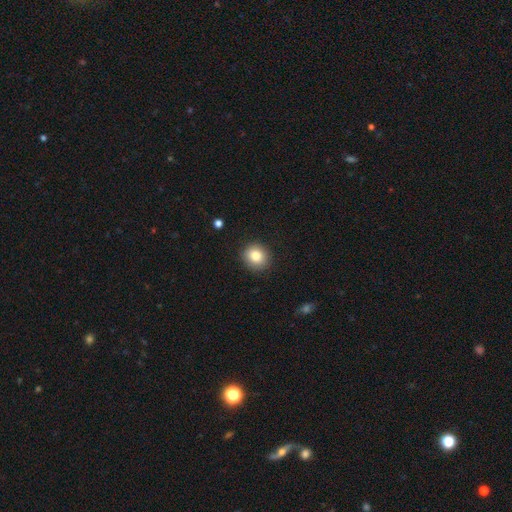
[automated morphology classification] Smooth or featured?
  - smooth: 82% *
  - star or artifact: 10%
  - featured or disk: 8%
How rounded?
  - round: 82% *
  - in between: 17%
  - cigar-shaped: 1%
Merging?
  - none: 89% *
  - minor disturbance: 7%
  - major disturbance: 2%
  - merger: 1%